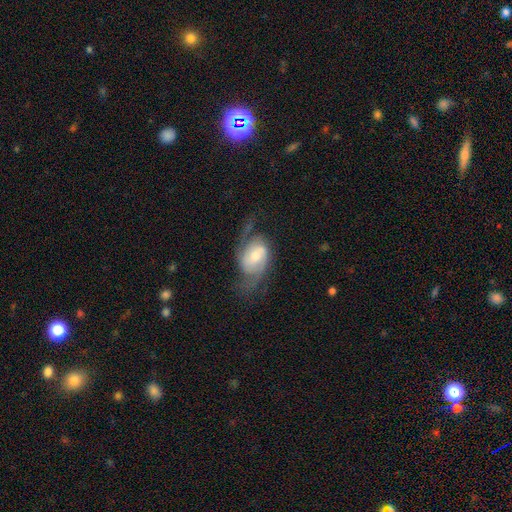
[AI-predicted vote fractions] This appears to be a featured or disk galaxy (76%) with no bar (46%), 2 (83%) medium (43%) spiral arms (92%) and a moderate central bulge (47%). Merging: none (55%).